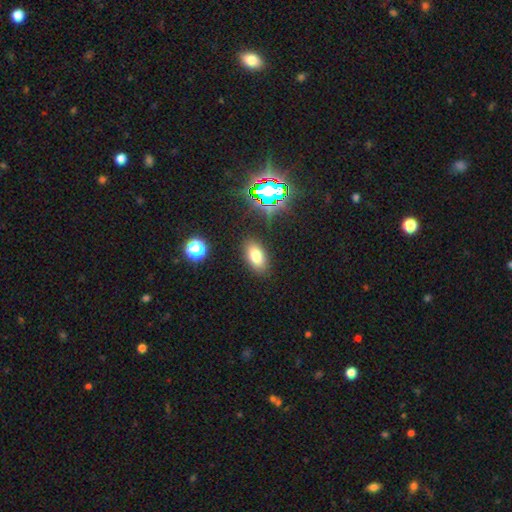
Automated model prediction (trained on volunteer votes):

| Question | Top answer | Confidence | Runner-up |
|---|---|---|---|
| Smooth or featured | smooth | 74% | star or artifact (15%) |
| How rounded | in between | 90% | round (6%) |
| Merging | none | 87% | minor disturbance (8%) |